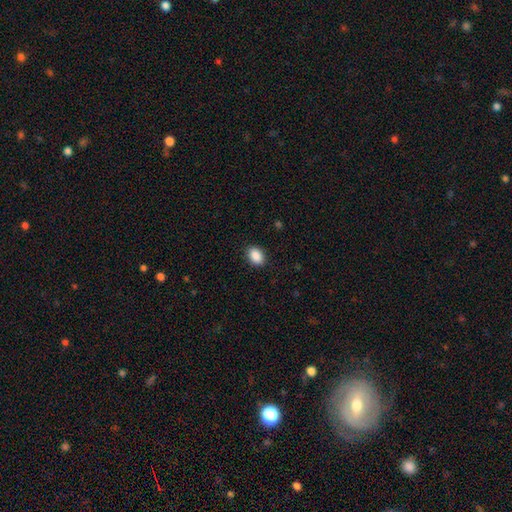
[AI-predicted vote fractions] Morphology: type=smooth (90%); roundness=in between (83%); merging=none (87%).